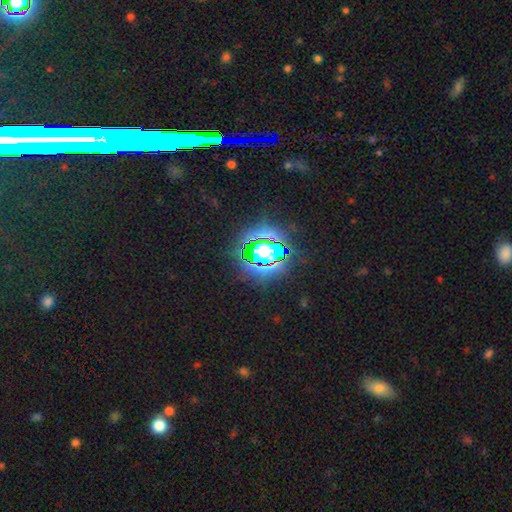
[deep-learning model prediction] Overall: star or artifact (75%).